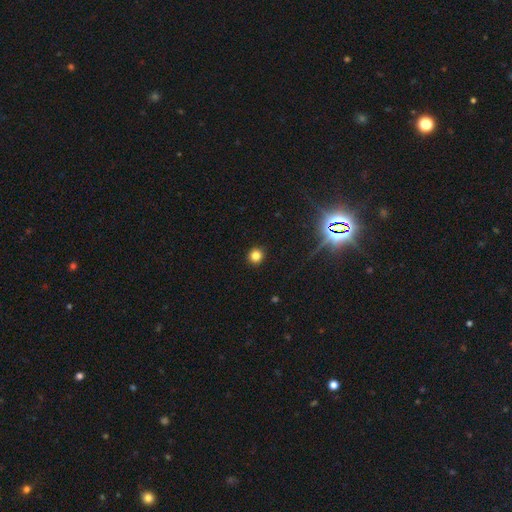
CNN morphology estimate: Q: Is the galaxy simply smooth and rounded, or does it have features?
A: smooth — 79%.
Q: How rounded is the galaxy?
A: round — 92%.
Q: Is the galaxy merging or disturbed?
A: none — 92%.